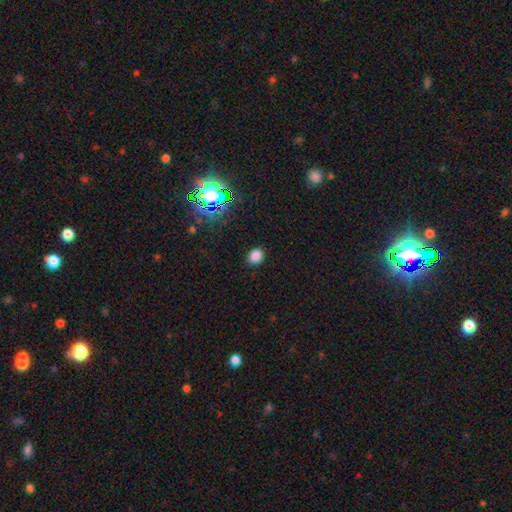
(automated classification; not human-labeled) smooth-or-featured: smooth: 80% | star or artifact: 16% | featured or disk: 4%
  how-rounded: round: 58% | in between: 41% | cigar-shaped: 1%
  merging: none: 89% | minor disturbance: 8% | major disturbance: 2% | merger: 1%